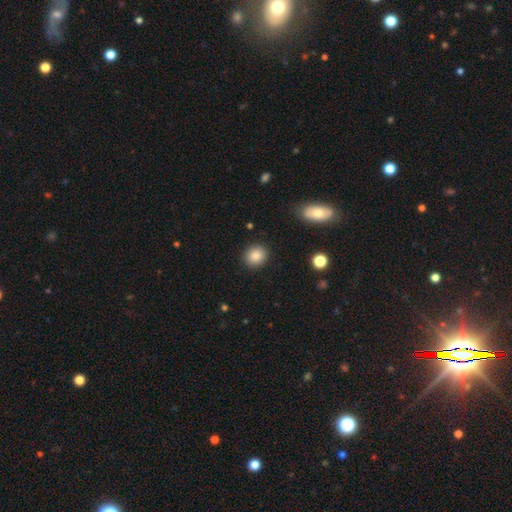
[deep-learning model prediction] smooth 85%, star or artifact 10%, featured or disk 5%. Down the decision tree: how rounded — round (82%); merging — none (90%).